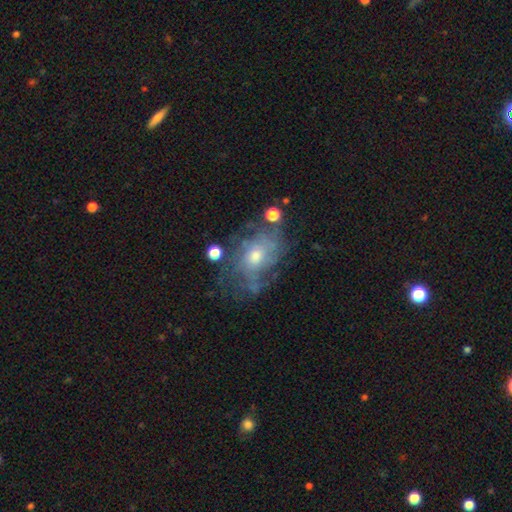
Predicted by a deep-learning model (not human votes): The model was most divided on "bulge size": moderate: 49%, small: 44%, large: 4%, none: 2%, dominant: 1%. More confident: edge-on disk — no (96%); bar — no (80%); spiral arms — yes (71%); smooth or featured — featured or disk (67%); merging — none (55%).